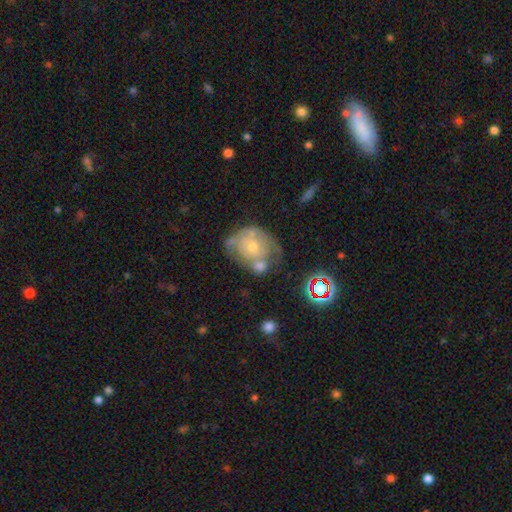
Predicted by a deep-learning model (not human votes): Morphology: type=featured or disk (57%); edge-on=no (96%); bar=no (85%); spiral arms=yes (60%); bulge=small (59%); merging=none (32%).